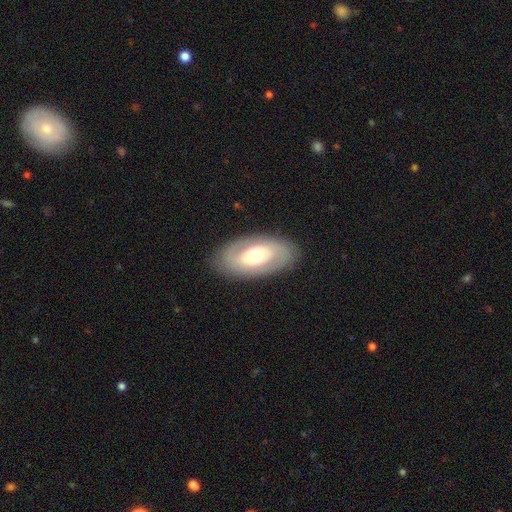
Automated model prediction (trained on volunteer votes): Q: Smooth or featured?
A: featured or disk (57%); runner-up: smooth (37%)
Q: Edge-on disk?
A: no (91%); runner-up: yes (9%)
Q: Bar?
A: no (60%); runner-up: weak (26%)
Q: Spiral arms?
A: yes (51%); runner-up: no (49%)
Q: Bulge size?
A: moderate (66%); runner-up: large (17%)
Q: Merging?
A: none (85%); runner-up: minor disturbance (10%)